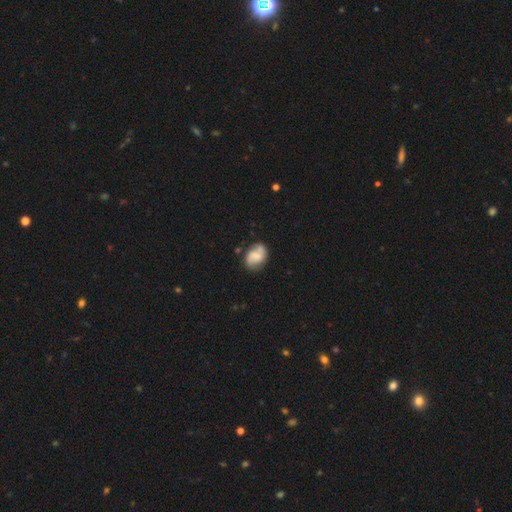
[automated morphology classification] This appears to be a smooth galaxy with no disk features (48%). Merging: none (66%).